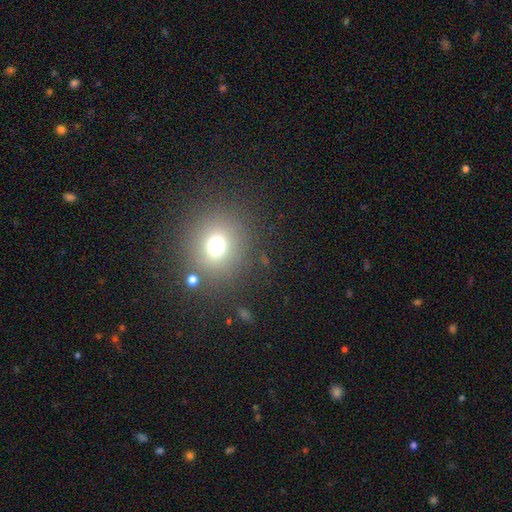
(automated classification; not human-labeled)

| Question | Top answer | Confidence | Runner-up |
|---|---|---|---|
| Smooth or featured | smooth | 64% | star or artifact (28%) |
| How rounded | round | 86% | in between (13%) |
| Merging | none | 89% | minor disturbance (6%) |